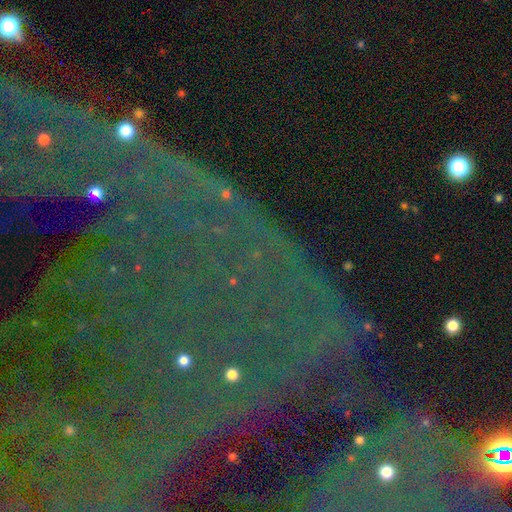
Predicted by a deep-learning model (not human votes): Smooth or featured?
  - star or artifact: 84% *
  - featured or disk: 8%
  - smooth: 7%